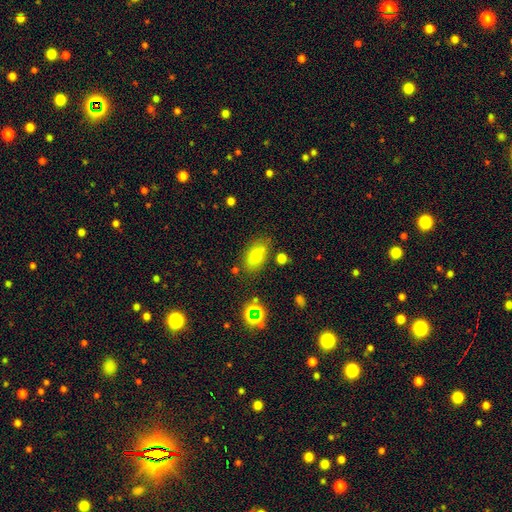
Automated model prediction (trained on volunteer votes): Smooth or featured? Predicted: smooth (p=0.76). How rounded? Predicted: in between (p=0.88). Merging? Predicted: none (p=0.70).